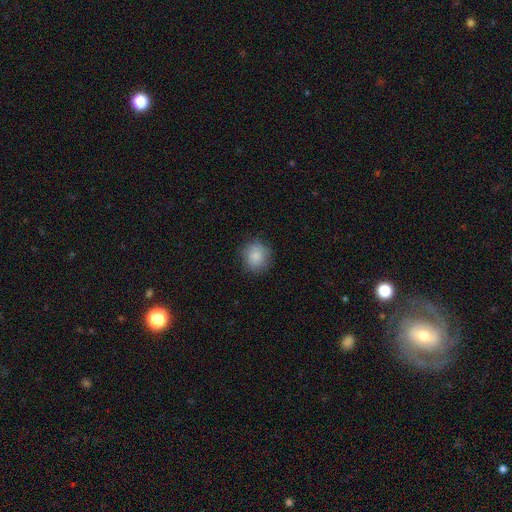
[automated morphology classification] Overall: smooth (85%). How rounded: round (85%). Merging: none (82%).